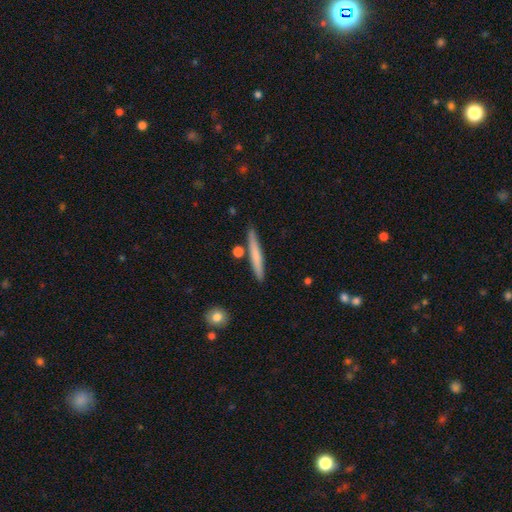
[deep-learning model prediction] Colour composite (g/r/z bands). It shows a smooth galaxy with no disk features (64%) that is cigar-shaped (96%). Merging: none (86%).